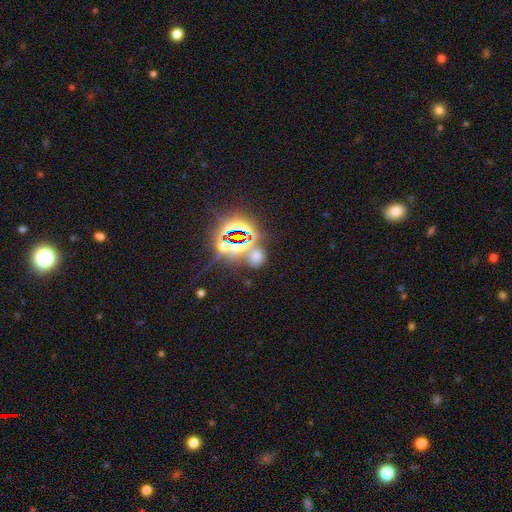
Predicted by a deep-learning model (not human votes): smooth_or_featured: star or artifact (p=0.51) [alt: smooth p=0.41]